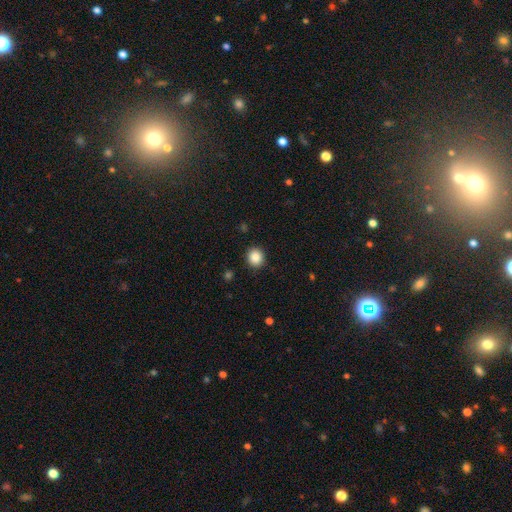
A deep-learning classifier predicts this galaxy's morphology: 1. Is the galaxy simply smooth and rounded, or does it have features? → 87% smooth, 9% star or artifact, 3% featured or disk.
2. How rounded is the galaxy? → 84% round, 15% in between, 1% cigar-shaped.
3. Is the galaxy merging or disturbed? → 91% none, 6% minor disturbance, 2% major disturbance, 1% merger.